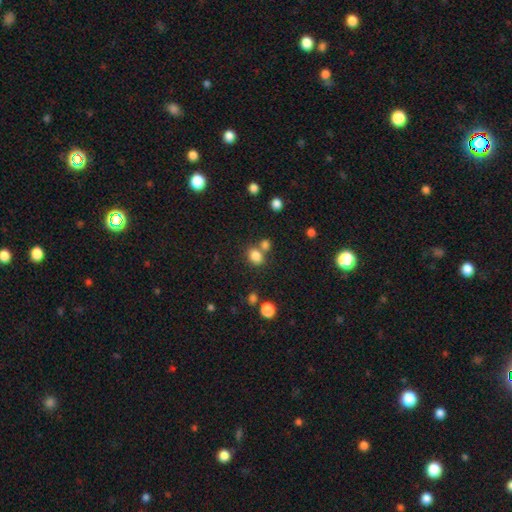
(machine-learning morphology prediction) Overall: smooth (82%). How rounded: in between (51%; round 48%). Merging: none (59%; merger 27%).